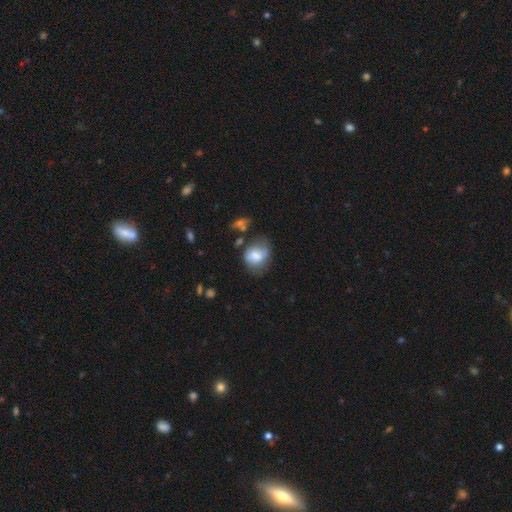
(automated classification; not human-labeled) This is likely a smooth galaxy (70%). How rounded: possibly in between (52%). Merging: possibly none (46%).